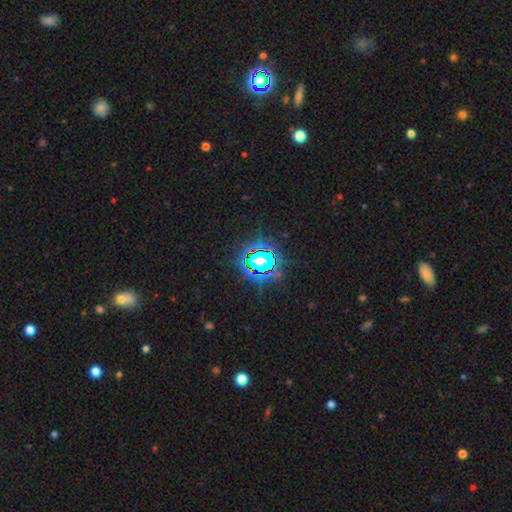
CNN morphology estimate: Smooth or featured? Predicted: star or artifact (p=0.68).